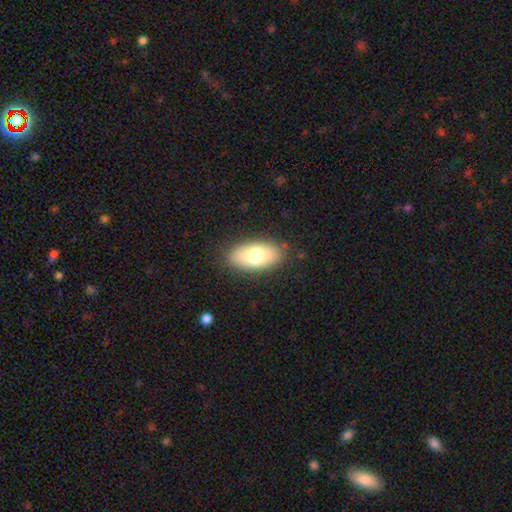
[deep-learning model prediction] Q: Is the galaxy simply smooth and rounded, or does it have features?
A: smooth — 73%.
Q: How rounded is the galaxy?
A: in between — 91%.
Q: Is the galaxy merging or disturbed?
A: none — 84%.